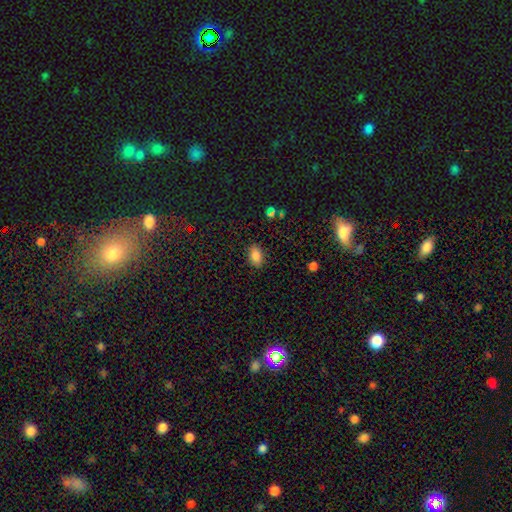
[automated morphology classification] A smooth galaxy with no disk features (84%) that is in between round and cigar-shaped (87%).

Vote fractions:
- Smooth or featured? smooth: 84% / star or artifact: 11% / featured or disk: 5%
- How rounded? in between: 87% / round: 10% / cigar-shaped: 2%
- Merging? none: 85% / minor disturbance: 11% / major disturbance: 2% / merger: 1%